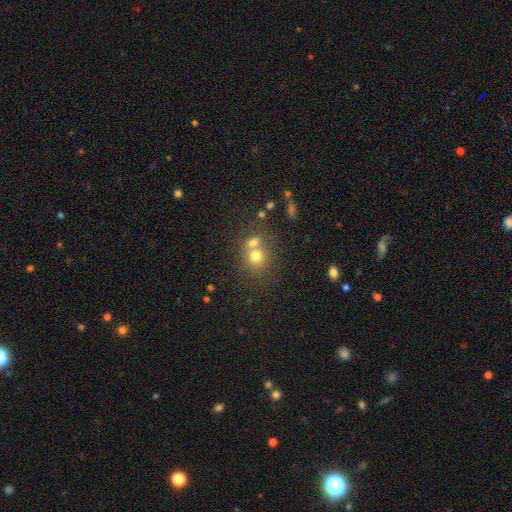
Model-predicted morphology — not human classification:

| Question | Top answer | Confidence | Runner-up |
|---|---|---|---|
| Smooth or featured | smooth | 72% | featured or disk (15%) |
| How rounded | round | 76% | in between (23%) |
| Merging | merger | 51% | none (38%) |